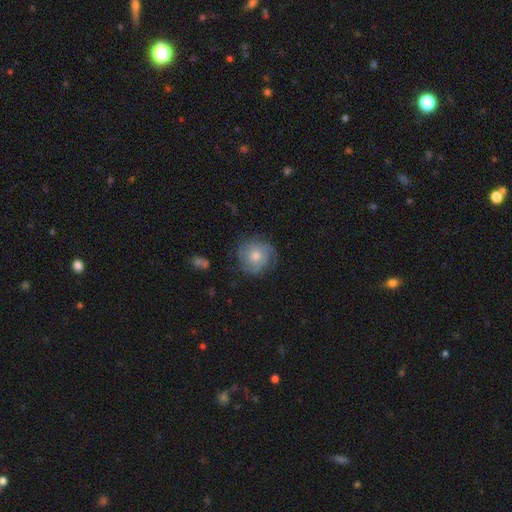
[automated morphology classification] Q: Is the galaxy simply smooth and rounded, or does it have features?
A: featured or disk — 49%.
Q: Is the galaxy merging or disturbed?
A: none — 71%.